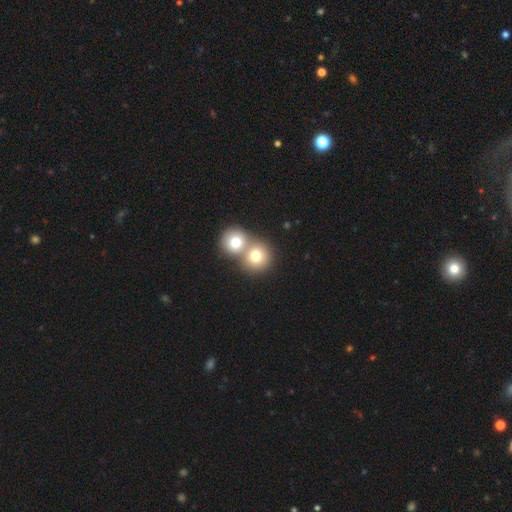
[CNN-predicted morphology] Overall: smooth (74%). How rounded: round (86%). Merging: merger (58%; none 35%).